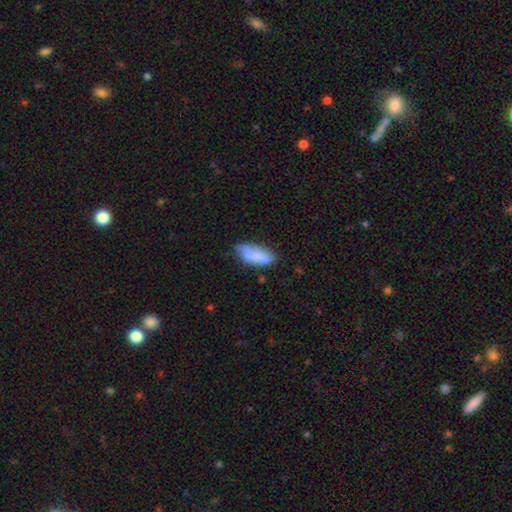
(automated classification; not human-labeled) The model was most divided on "merging": none: 56%, minor disturbance: 30%, major disturbance: 8%, merger: 7%. More confident: how rounded — in between (76%); smooth or featured — smooth (76%).